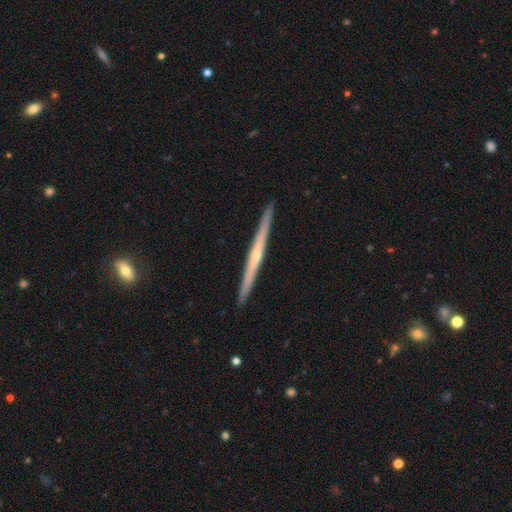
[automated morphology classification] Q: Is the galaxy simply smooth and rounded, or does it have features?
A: featured or disk — 75%.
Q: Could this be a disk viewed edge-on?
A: yes — 98%.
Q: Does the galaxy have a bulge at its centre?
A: rounded — 56%.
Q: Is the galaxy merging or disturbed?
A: none — 93%.